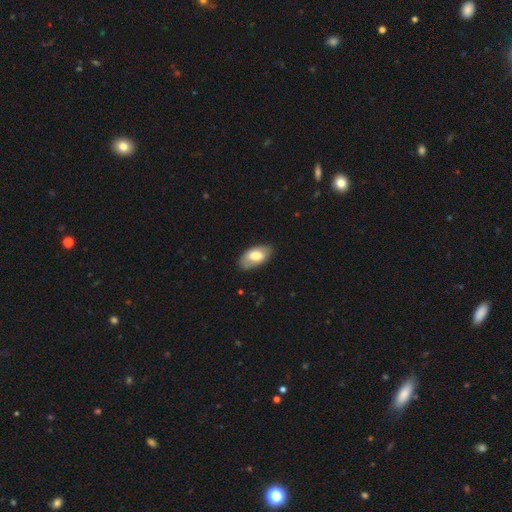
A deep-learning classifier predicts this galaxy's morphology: smooth 69%, featured or disk 25%, star or artifact 6%. Down the decision tree: how rounded — in between (94%); merging — none (78%).